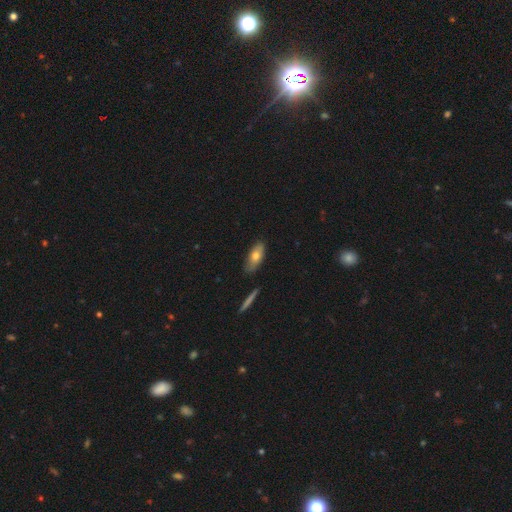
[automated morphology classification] smooth-or-featured: smooth: 70% | featured or disk: 23% | star or artifact: 7%
  how-rounded: in between: 74% | cigar-shaped: 23% | round: 3%
  merging: none: 77% | minor disturbance: 17% | major disturbance: 3% | merger: 3%